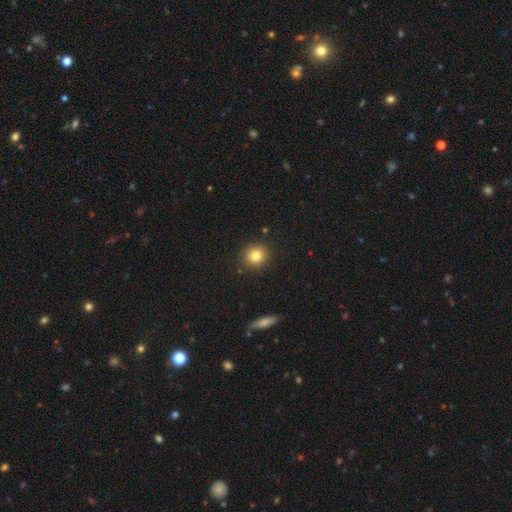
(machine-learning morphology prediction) Q: Smooth or featured?
A: smooth (81%); runner-up: star or artifact (11%)
Q: How rounded?
A: round (87%); runner-up: in between (12%)
Q: Merging?
A: none (90%); runner-up: minor disturbance (7%)